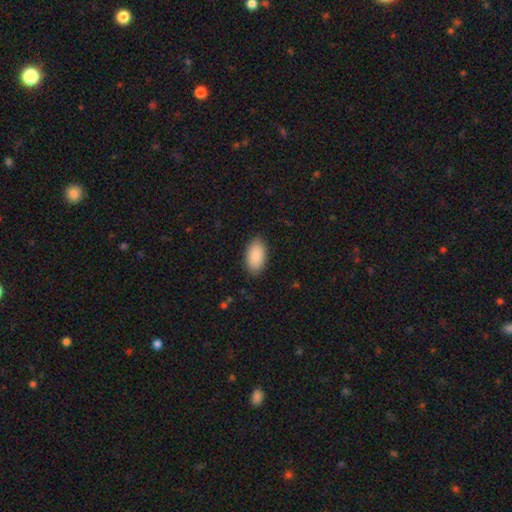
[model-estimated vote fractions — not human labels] The model was most divided on "merging": none: 87%, minor disturbance: 10%, major disturbance: 2%, merger: 1%. More confident: how rounded — in between (95%); smooth or featured — smooth (90%).